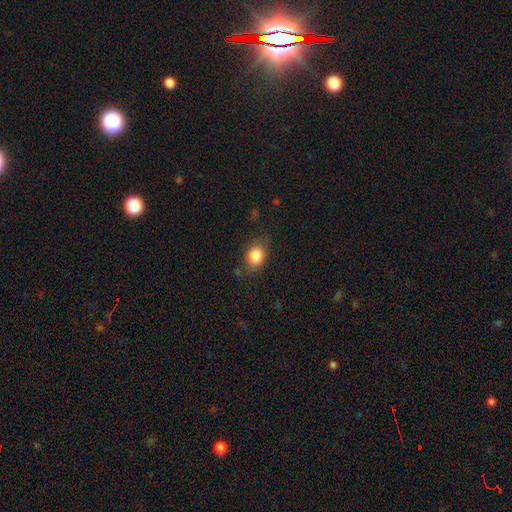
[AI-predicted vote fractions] Q: Smooth or featured?
A: smooth (84%); runner-up: star or artifact (9%)
Q: How rounded?
A: in between (62%); runner-up: round (36%)
Q: Merging?
A: none (75%); runner-up: minor disturbance (18%)